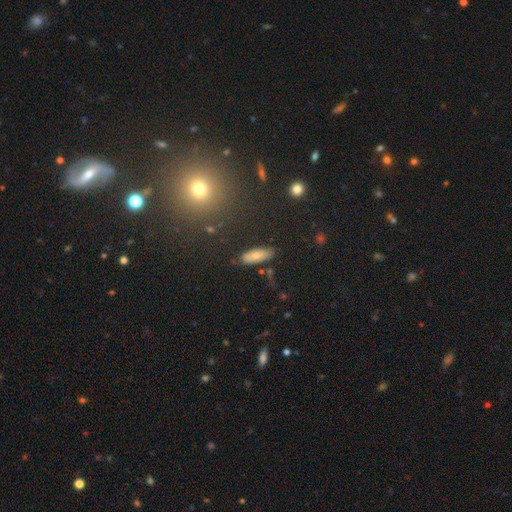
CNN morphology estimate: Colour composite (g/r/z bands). It shows a smooth galaxy with no disk features (73%) that is in between round and cigar-shaped (71%). Merging: none (81%).